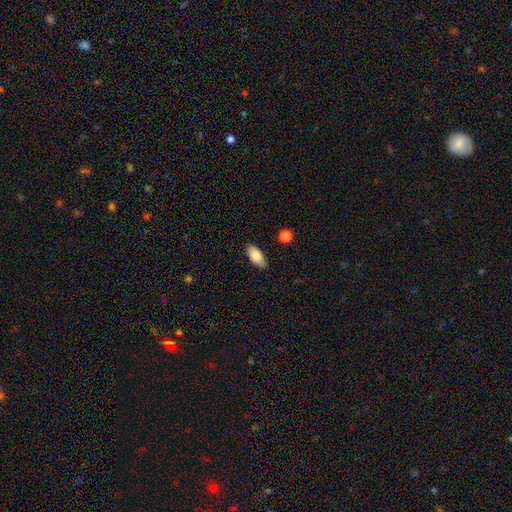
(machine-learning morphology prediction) smooth-or-featured: smooth: 83% | featured or disk: 10% | star or artifact: 7%
  how-rounded: in between: 88% | cigar-shaped: 9% | round: 3%
  merging: none: 76% | minor disturbance: 19% | major disturbance: 3% | merger: 2%